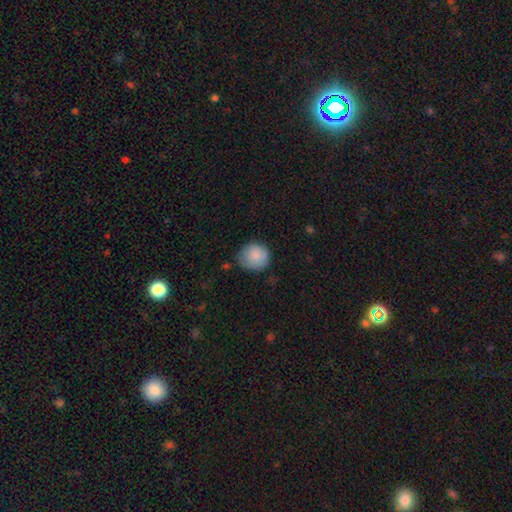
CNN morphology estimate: Overall: smooth (87%). How rounded: round (86%). Merging: none (69%).